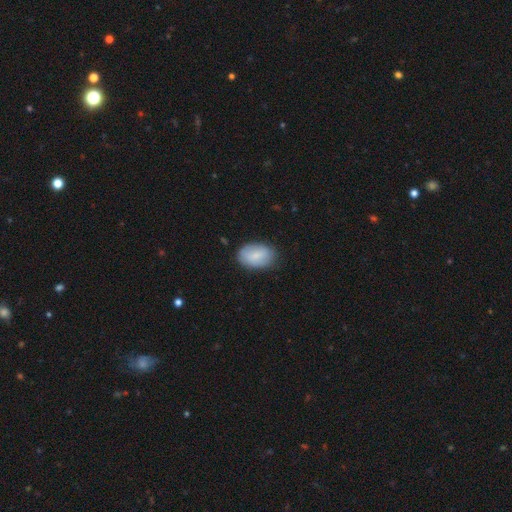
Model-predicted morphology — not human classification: This is likely a smooth galaxy (79%). How rounded: clearly in between (89%). Merging: likely none (80%).